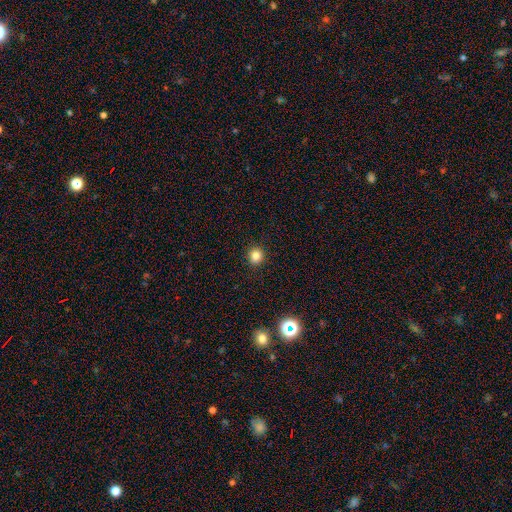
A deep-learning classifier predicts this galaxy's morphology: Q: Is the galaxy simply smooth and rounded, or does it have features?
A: smooth — 82%.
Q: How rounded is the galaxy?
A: round — 91%.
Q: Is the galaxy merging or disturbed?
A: none — 92%.